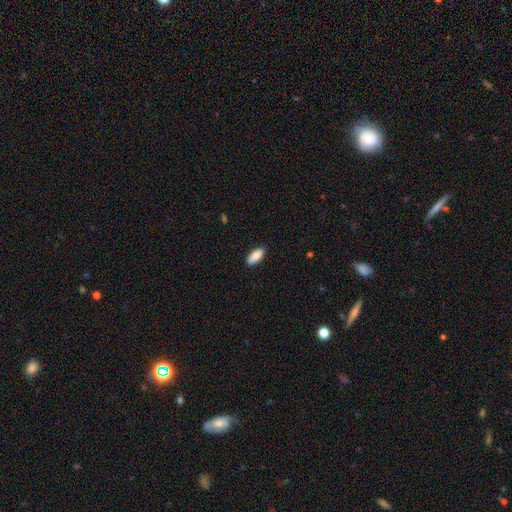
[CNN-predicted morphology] Overall: smooth (87%). How rounded: in between (84%). Merging: none (88%).